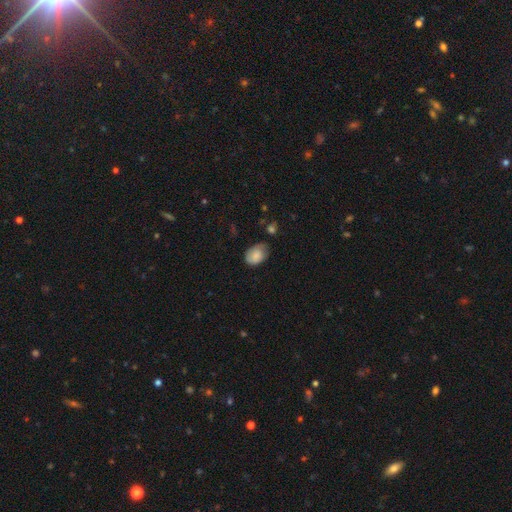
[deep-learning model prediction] Smooth or featured?
  - smooth: 81% *
  - featured or disk: 12%
  - star or artifact: 7%
How rounded?
  - in between: 82% *
  - round: 17%
  - cigar-shaped: 1%
Merging?
  - none: 58% *
  - minor disturbance: 32%
  - major disturbance: 7%
  - merger: 3%